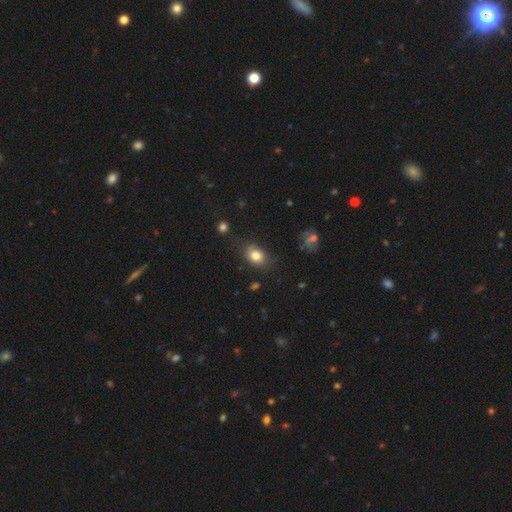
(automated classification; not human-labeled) Smooth or featured?
  - smooth: 82% *
  - star or artifact: 10%
  - featured or disk: 8%
How rounded?
  - in between: 73% *
  - round: 26%
  - cigar-shaped: 1%
Merging?
  - none: 79% *
  - minor disturbance: 15%
  - major disturbance: 4%
  - merger: 2%